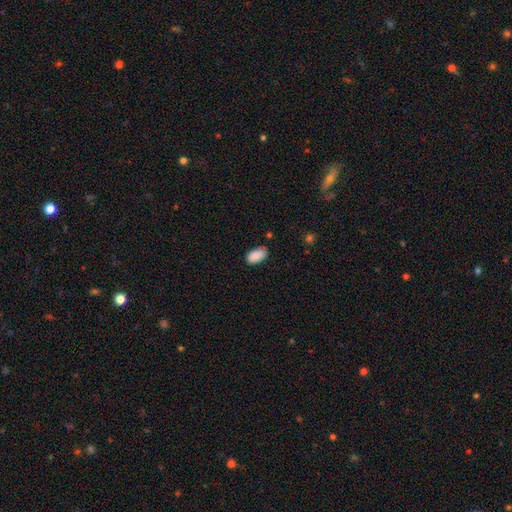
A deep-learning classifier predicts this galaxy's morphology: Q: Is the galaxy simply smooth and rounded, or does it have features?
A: smooth — 89%.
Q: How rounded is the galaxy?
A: in between — 95%.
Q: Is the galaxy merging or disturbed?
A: none — 79%.